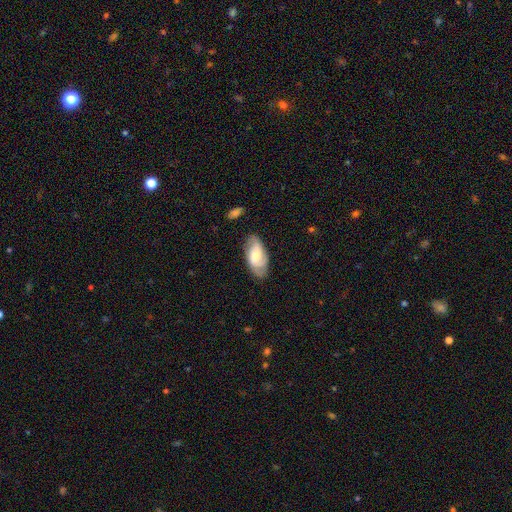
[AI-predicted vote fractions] Smooth or featured: featured or disk — 56% (smooth — 37%)
Edge-on disk: no — 93% (yes — 7%)
Bar: no — 56% (weak — 36%)
Spiral arms: yes — 88% (no — 12%)
Bulge size: moderate — 55% (small — 31%)
Merging: none — 73% (minor disturbance — 20%)